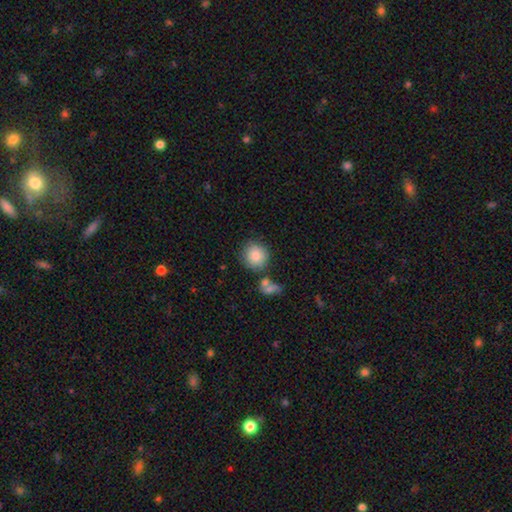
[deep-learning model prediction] This is clearly a smooth galaxy (84%). How rounded: clearly round (89%). Merging: likely none (74%).